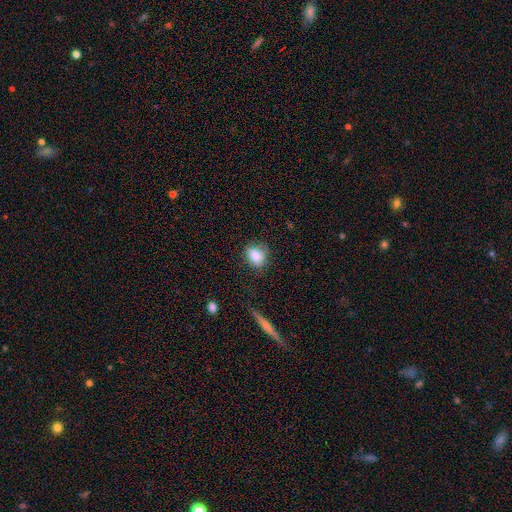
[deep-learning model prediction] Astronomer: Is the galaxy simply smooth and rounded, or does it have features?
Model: smooth — 81%.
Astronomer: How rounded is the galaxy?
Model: in between — 51% (runner-up: round, 47%).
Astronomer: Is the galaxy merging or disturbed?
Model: none — 63%.